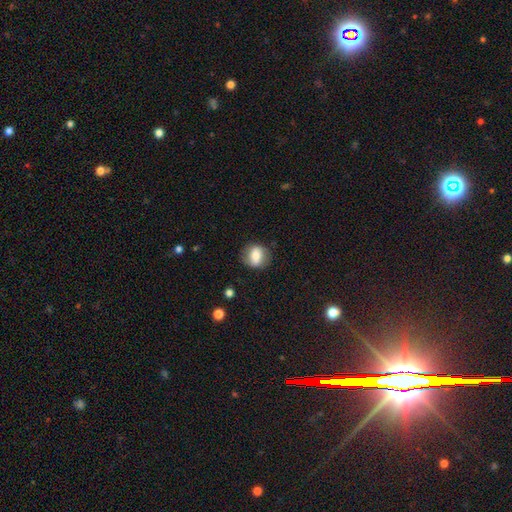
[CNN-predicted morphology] A smooth galaxy with no disk features (69%) that is round (64%).

Vote fractions:
- Smooth or featured? smooth: 69% / featured or disk: 23% / star or artifact: 8%
- How rounded? round: 64% / in between: 34% / cigar-shaped: 2%
- Merging? none: 80% / minor disturbance: 14% / major disturbance: 5% / merger: 1%